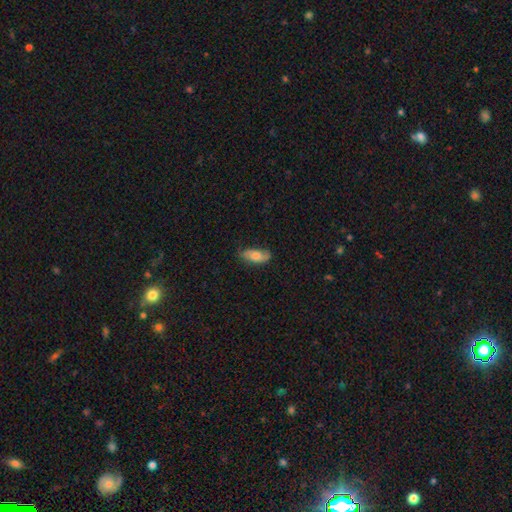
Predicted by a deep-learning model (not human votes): Smooth or featured? smooth (64%)
How rounded? in between (85%)
Merging? none (62%)